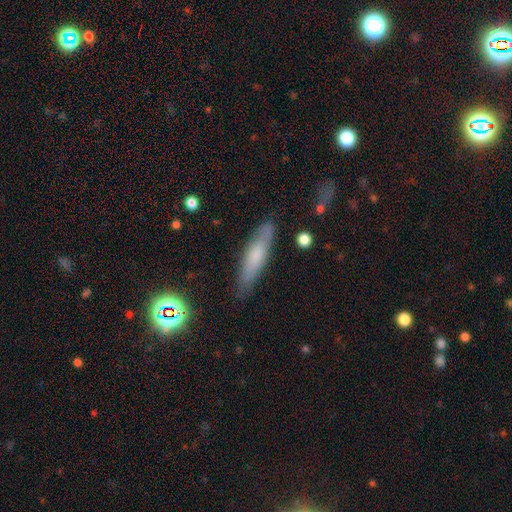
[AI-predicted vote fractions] Smooth or featured? smooth (62%)
How rounded? cigar-shaped (76%)
Merging? none (82%)